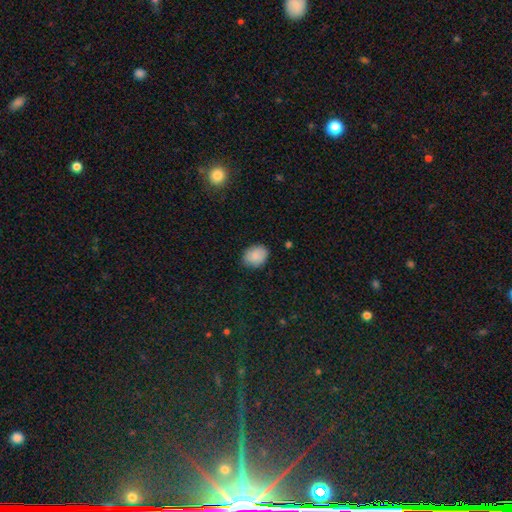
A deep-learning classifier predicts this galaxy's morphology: smooth 85%, star or artifact 8%, featured or disk 7%. Down the decision tree: how rounded — in between (63%); merging — none (82%).